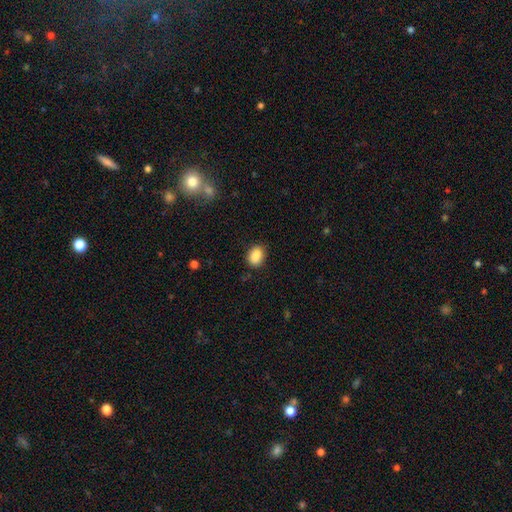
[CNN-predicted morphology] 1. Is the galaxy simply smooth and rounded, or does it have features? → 88% smooth, 8% star or artifact, 4% featured or disk.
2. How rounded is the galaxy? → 72% in between, 27% round, 1% cigar-shaped.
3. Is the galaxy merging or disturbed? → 81% none, 14% minor disturbance, 3% major disturbance, 1% merger.